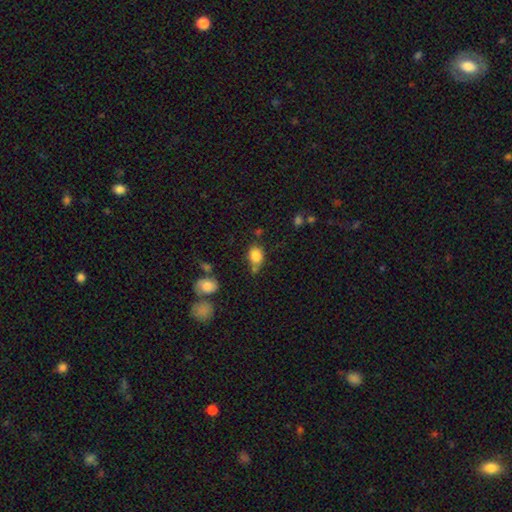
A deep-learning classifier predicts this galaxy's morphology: A smooth galaxy with no disk features (84%) that is in between round and cigar-shaped (61%). Merging: none (53%).